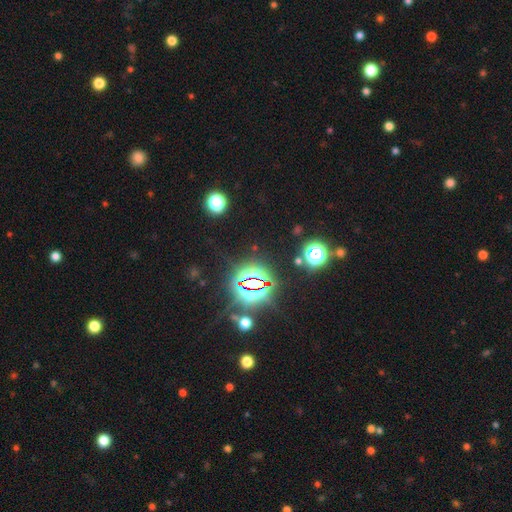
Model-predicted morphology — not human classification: This is clearly a star or artifact rather than a galaxy (83%).